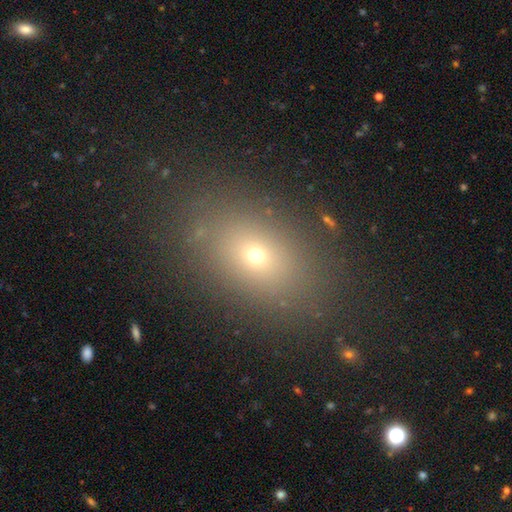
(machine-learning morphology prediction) smooth_or_featured: smooth (p=0.65) [alt: star or artifact p=0.20]
how_rounded: in between (p=0.73) [alt: round p=0.24]
merging: none (p=0.81) [alt: minor disturbance p=0.11]